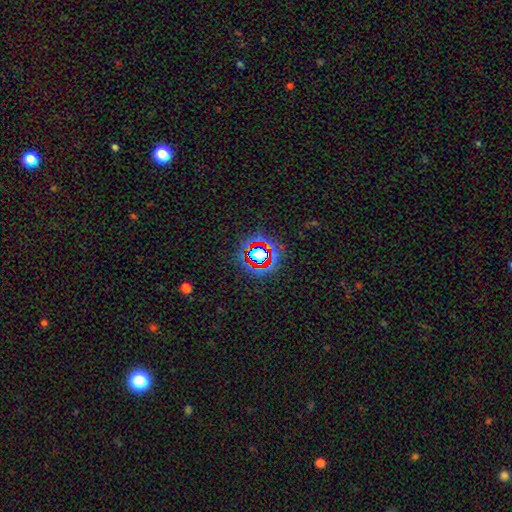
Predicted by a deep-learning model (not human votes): A star or artifact, not a galaxy (71%).